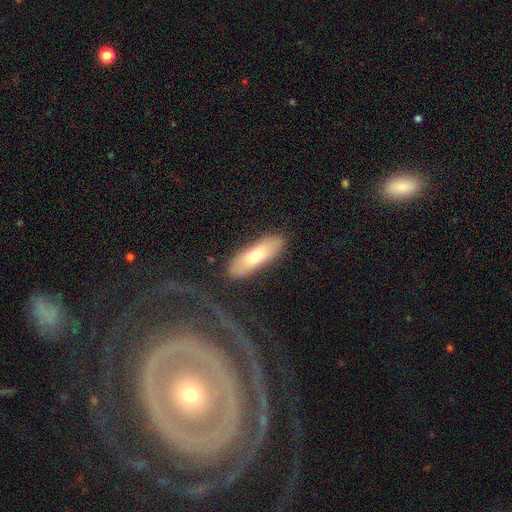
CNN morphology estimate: Smooth or featured?
  - smooth: 67% *
  - featured or disk: 27%
  - star or artifact: 7%
How rounded?
  - in between: 58% *
  - cigar-shaped: 40%
  - round: 2%
Merging?
  - none: 80% *
  - minor disturbance: 14%
  - major disturbance: 4%
  - merger: 2%